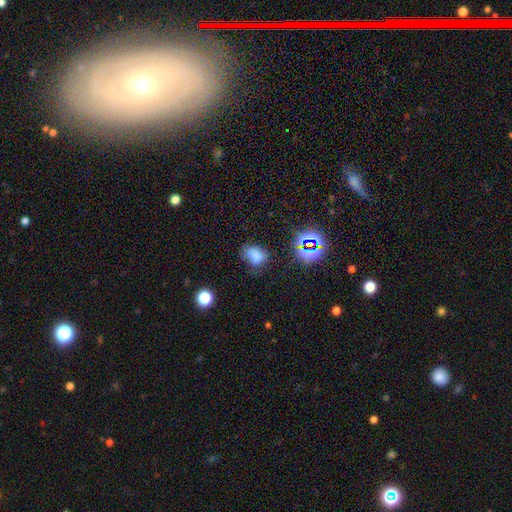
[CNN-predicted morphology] Smooth or featured: smooth — 67% (star or artifact — 22%)
How rounded: in between — 67% (round — 32%)
Merging: none — 47% (minor disturbance — 31%)